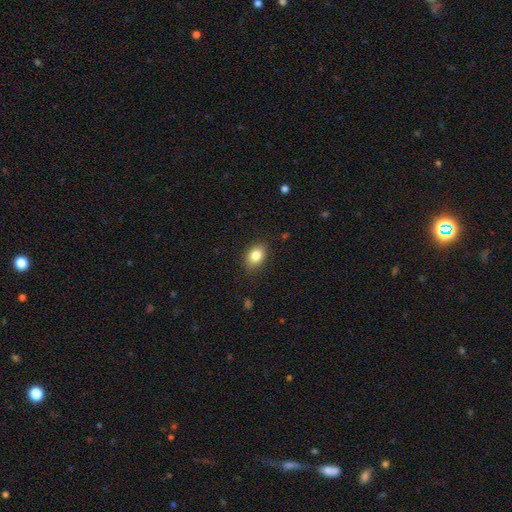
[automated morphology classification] Smooth or featured? smooth (83%)
How rounded? in between (77%)
Merging? none (84%)